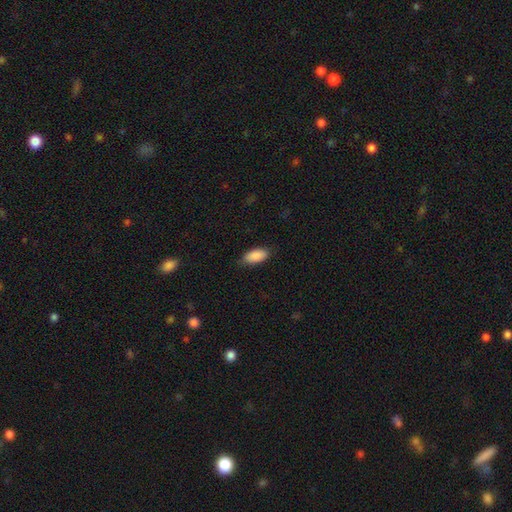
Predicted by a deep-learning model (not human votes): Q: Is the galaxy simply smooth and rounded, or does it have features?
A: smooth — 89%.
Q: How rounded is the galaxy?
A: in between — 92%.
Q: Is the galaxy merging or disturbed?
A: none — 83%.